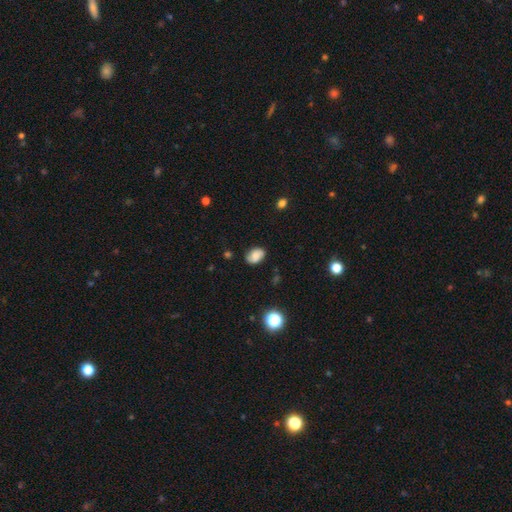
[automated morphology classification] Smooth or featured?
  - smooth: 72% *
  - featured or disk: 17%
  - star or artifact: 11%
How rounded?
  - in between: 81% *
  - round: 17%
  - cigar-shaped: 1%
Merging?
  - none: 75% *
  - minor disturbance: 19%
  - major disturbance: 4%
  - merger: 2%